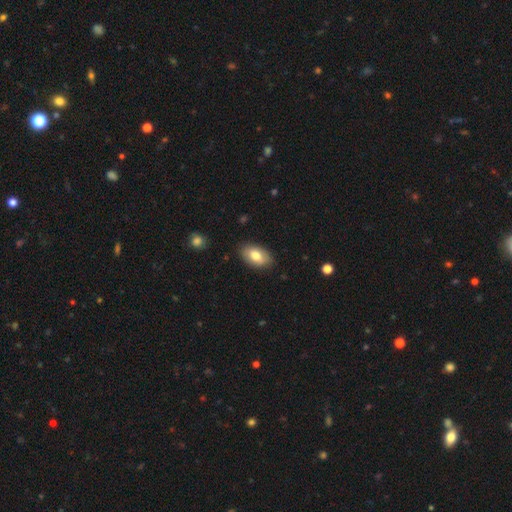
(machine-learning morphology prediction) A smooth galaxy with no disk features (77%) that is in between round and cigar-shaped (92%). Merging: none (86%).